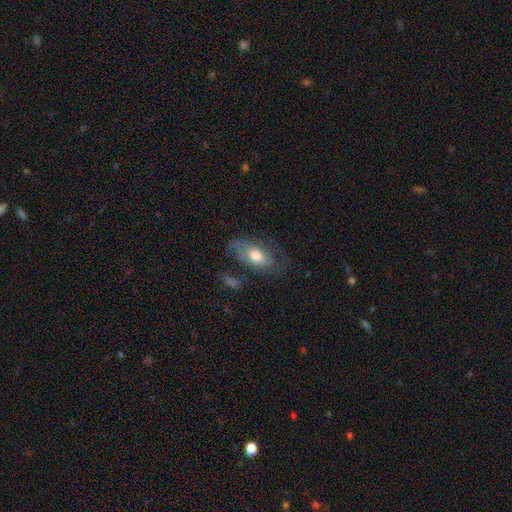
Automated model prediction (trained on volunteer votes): Q: Smooth or featured?
A: smooth (47%); runner-up: featured or disk (45%)
Q: Merging?
A: none (52%); runner-up: minor disturbance (24%)